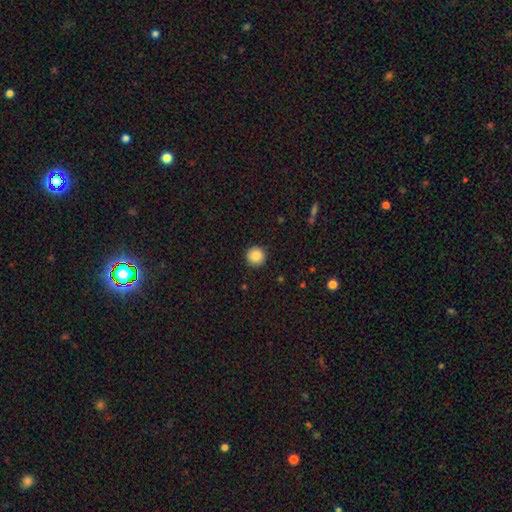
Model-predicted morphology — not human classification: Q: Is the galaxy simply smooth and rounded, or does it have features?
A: smooth — 87%.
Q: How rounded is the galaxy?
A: round — 96%.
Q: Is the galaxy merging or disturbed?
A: none — 92%.